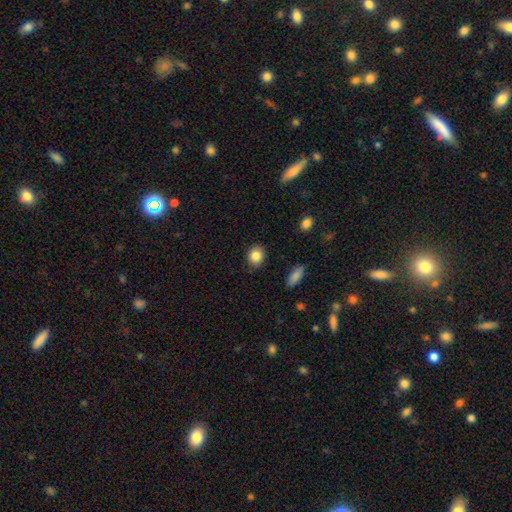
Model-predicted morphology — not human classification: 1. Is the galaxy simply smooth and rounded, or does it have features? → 85% smooth, 9% star or artifact, 7% featured or disk.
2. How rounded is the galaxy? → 61% round, 38% in between, 1% cigar-shaped.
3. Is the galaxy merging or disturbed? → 87% none, 10% minor disturbance, 2% major disturbance, 1% merger.